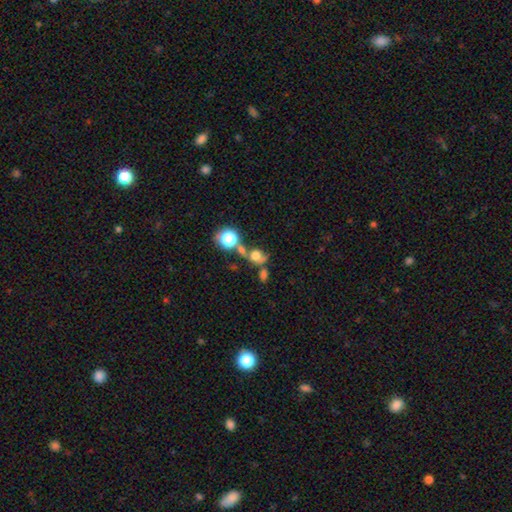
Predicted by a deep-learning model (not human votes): Smooth or featured?
  - smooth: 58% *
  - featured or disk: 23%
  - star or artifact: 19%
How rounded?
  - round: 61% *
  - in between: 37%
  - cigar-shaped: 2%
Merging?
  - merger: 40% *
  - none: 33%
  - major disturbance: 14%
  - minor disturbance: 13%